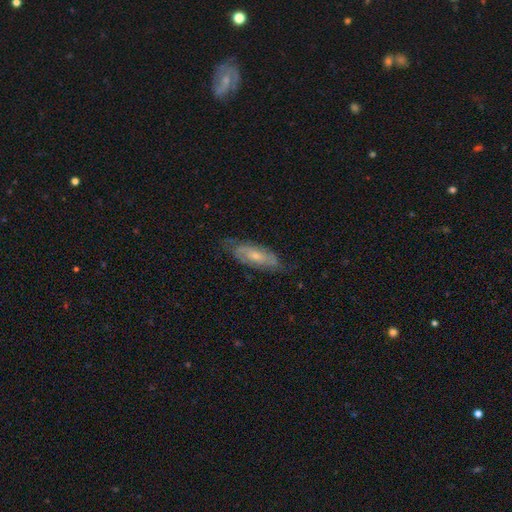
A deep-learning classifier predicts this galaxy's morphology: smooth_or_featured: featured or disk (p=0.64) [alt: smooth p=0.29]
disk_edge_on: no (p=0.84) [alt: yes p=0.16]
bar: no (p=0.65) [alt: weak p=0.29]
has_spiral_arms: yes (p=0.83) [alt: no p=0.17]
bulge_size: small (p=0.57) [alt: moderate p=0.37]
merging: none (p=0.69) [alt: minor disturbance p=0.23]